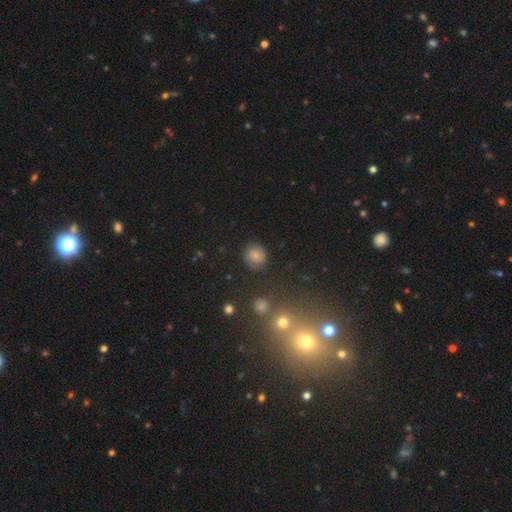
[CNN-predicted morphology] Smooth or featured? smooth (74%)
How rounded? round (84%)
Merging? none (81%)